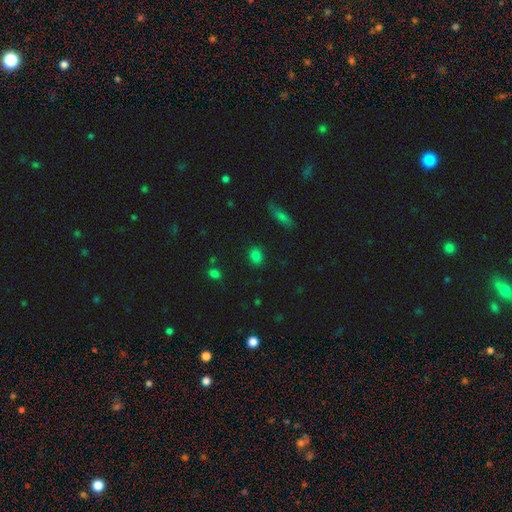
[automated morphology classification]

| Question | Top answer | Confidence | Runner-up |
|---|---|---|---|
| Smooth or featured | smooth | 81% | star or artifact (15%) |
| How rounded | in between | 55% | round (43%) |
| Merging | none | 85% | minor disturbance (10%) |